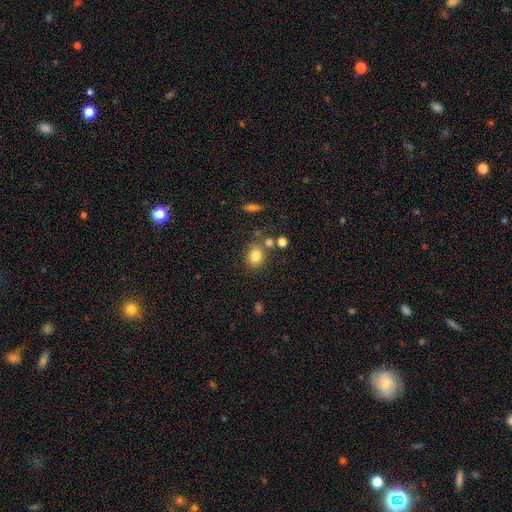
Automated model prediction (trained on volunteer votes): A smooth galaxy with no disk features (79%) that is round (52%).

Vote fractions:
- Smooth or featured? smooth: 79% / star or artifact: 11% / featured or disk: 9%
- How rounded? round: 52% / in between: 46% / cigar-shaped: 1%
- Merging? none: 68% / minor disturbance: 14% / merger: 13% / major disturbance: 5%